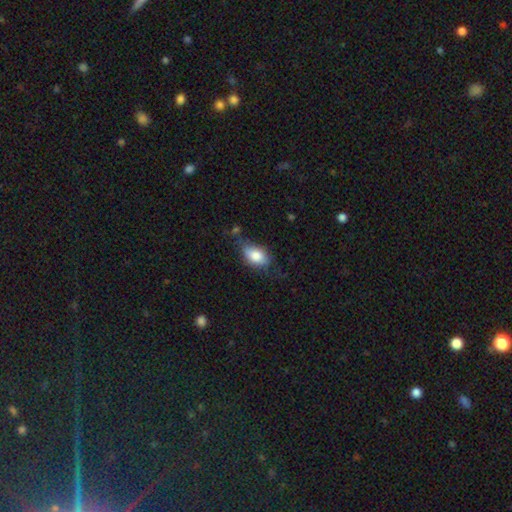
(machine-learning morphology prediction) Q: Smooth or featured?
A: smooth (80%); runner-up: featured or disk (13%)
Q: How rounded?
A: in between (88%); runner-up: round (9%)
Q: Merging?
A: none (57%); runner-up: minor disturbance (29%)